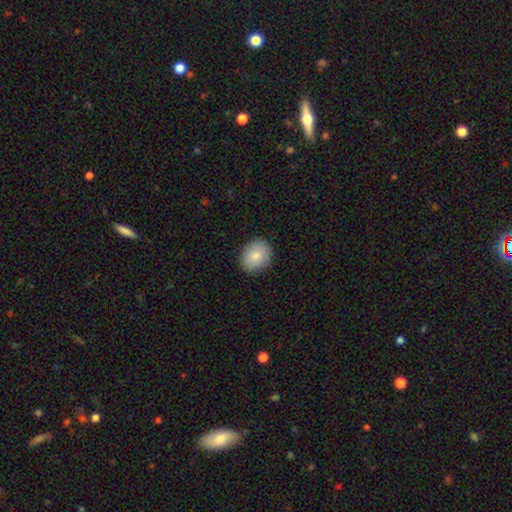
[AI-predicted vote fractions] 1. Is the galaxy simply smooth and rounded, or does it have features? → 85% smooth, 8% featured or disk, 8% star or artifact.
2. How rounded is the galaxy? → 58% round, 41% in between, 1% cigar-shaped.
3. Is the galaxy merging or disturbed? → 89% none, 8% minor disturbance, 2% major disturbance, 1% merger.